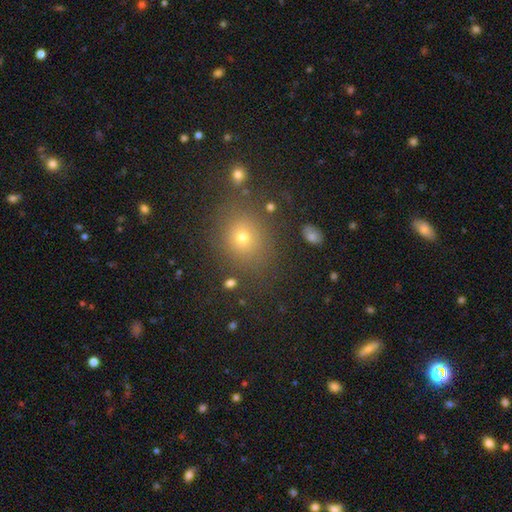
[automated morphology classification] Smooth or featured? smooth (62%)
How rounded? round (72%)
Merging? none (84%)